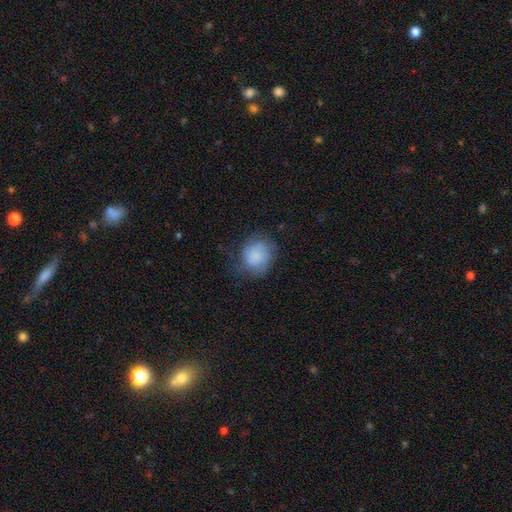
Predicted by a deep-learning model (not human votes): Q: Smooth or featured?
A: smooth (65%); runner-up: featured or disk (26%)
Q: How rounded?
A: round (72%); runner-up: in between (27%)
Q: Merging?
A: none (61%); runner-up: minor disturbance (25%)